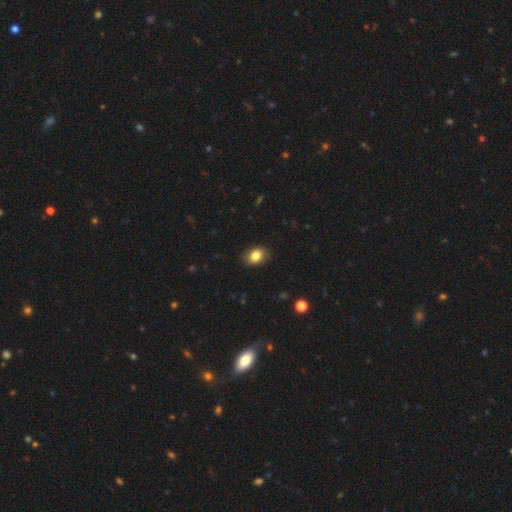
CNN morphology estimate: smooth_or_featured: smooth (p=0.83) [alt: star or artifact p=0.09]
how_rounded: in between (p=0.64) [alt: round p=0.35]
merging: none (p=0.86) [alt: minor disturbance p=0.11]